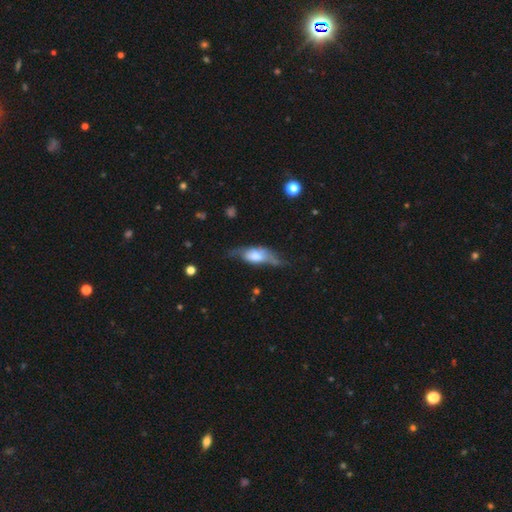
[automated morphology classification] smooth-or-featured: smooth: 49% | featured or disk: 44% | star or artifact: 7%
  merging: none: 37% | minor disturbance: 34% | major disturbance: 24% | merger: 5%